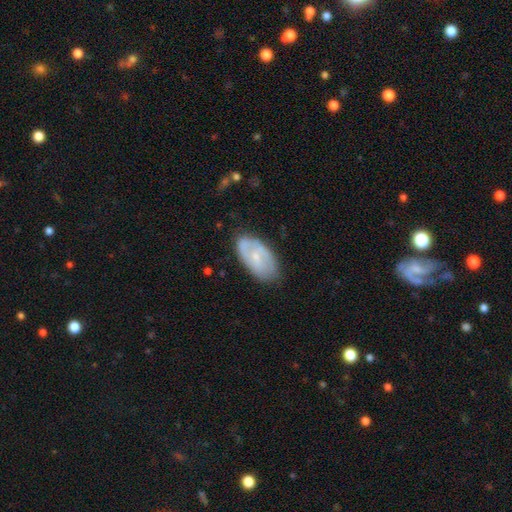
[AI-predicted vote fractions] Smooth or featured?
  - featured or disk: 60% *
  - smooth: 34%
  - star or artifact: 6%
Edge-on disk?
  - no: 94% *
  - yes: 6%
Bar?
  - no: 44% * (tied)
  - weak: 44% * (tied)
  - strong: 11%
Spiral arms?
  - yes: 74% *
  - no: 26%
Bulge size?
  - small: 68% *
  - moderate: 24%
  - none: 6%
  - large: 1%
  - dominant: 1%
Merging?
  - none: 74% *
  - minor disturbance: 20%
  - major disturbance: 5%
  - merger: 2%